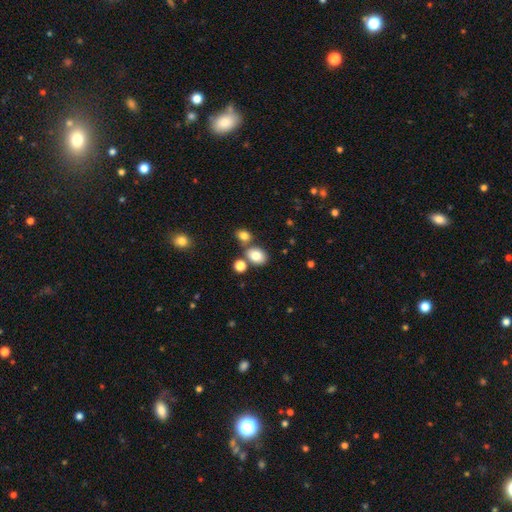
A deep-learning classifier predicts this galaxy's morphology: Smooth or featured? smooth (81%)
How rounded? in between (67%)
Merging? none (62%)